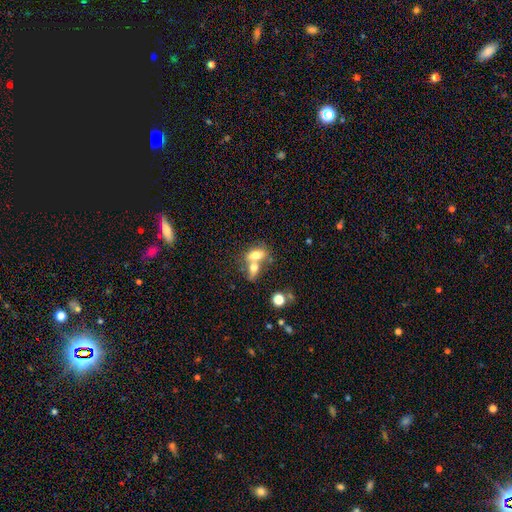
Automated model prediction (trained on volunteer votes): This appears to be a smooth galaxy with no disk features (70%) that is in between round and cigar-shaped (80%). Merging: merger (60%).